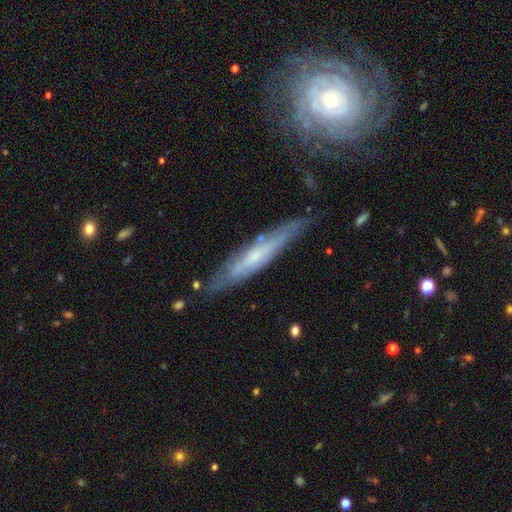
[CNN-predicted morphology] featured or disk 58%, smooth 36%, star or artifact 7%. Down the decision tree: edge-on disk — yes (73%); merging — none (74%).